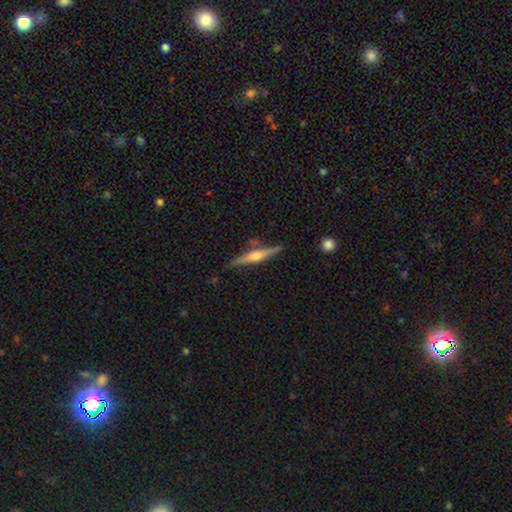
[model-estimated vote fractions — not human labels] This appears to be a featured or disk galaxy (68%) viewed edge-on (97%) with a rounded central bulge (83%). Merging: none (79%).